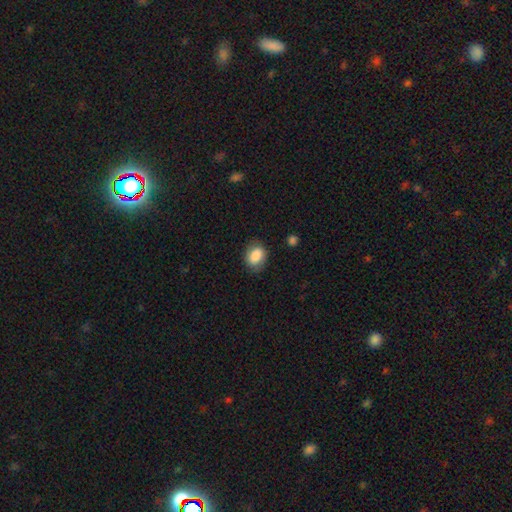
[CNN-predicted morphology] Smooth or featured? Predicted: smooth (p=0.85). How rounded? Predicted: in between (p=0.63). Merging? Predicted: none (p=0.80).